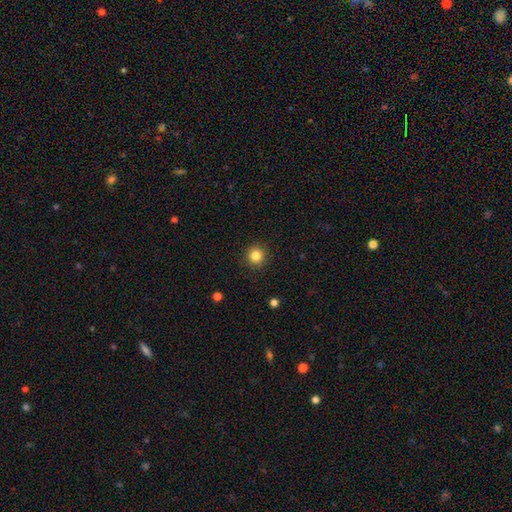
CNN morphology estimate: A smooth galaxy with no disk features (84%) that is round (94%).

Vote fractions:
- Smooth or featured? smooth: 84% / star or artifact: 11% / featured or disk: 5%
- How rounded? round: 94% / in between: 5% / cigar-shaped: 1%
- Merging? none: 91% / minor disturbance: 6% / major disturbance: 2% / merger: 1%